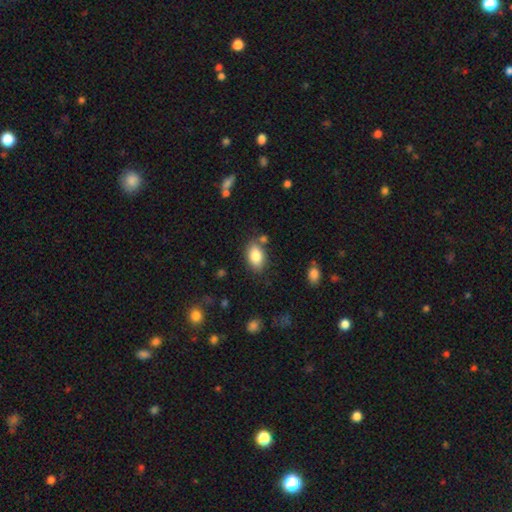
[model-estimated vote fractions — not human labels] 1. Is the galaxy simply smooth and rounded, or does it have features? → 84% smooth, 8% featured or disk, 7% star or artifact.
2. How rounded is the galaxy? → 90% in between, 9% round, 2% cigar-shaped.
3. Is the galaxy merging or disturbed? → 76% none, 14% minor disturbance, 7% merger, 4% major disturbance.